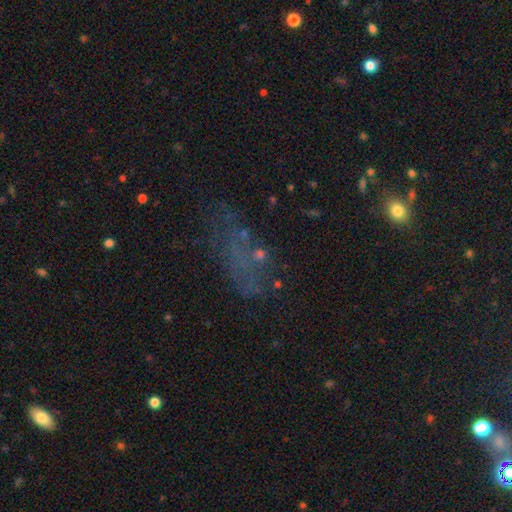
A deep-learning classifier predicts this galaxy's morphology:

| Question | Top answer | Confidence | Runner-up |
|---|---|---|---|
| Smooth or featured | smooth | 35% | featured or disk (33%) |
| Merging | none | 45% | major disturbance (28%) |